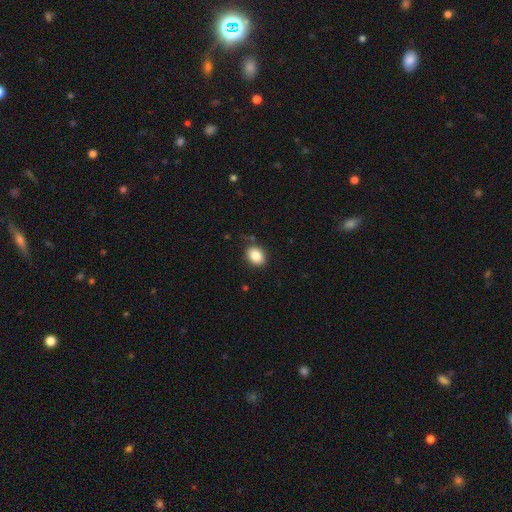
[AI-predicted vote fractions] Smooth or featured: smooth — 85% (star or artifact — 9%)
How rounded: in between — 61% (round — 38%)
Merging: none — 83% (minor disturbance — 12%)